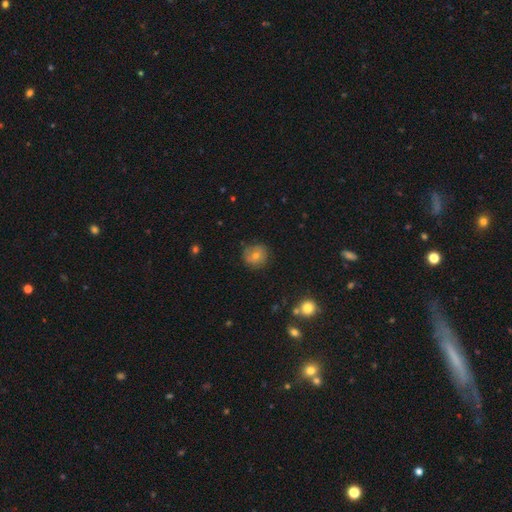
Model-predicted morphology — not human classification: Smooth or featured? Predicted: smooth (p=0.59). How rounded? Predicted: round (p=0.88). Merging? Predicted: none (p=0.81).